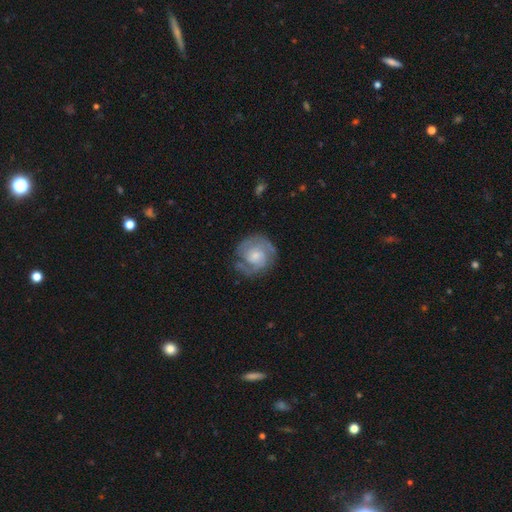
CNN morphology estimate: type=featured or disk (79%); edge-on=no (98%); bar=no (64%); spiral arms=yes (94%); winding=tight (54%); arm count=2 (54%); bulge=small (54%); merging=none (71%).